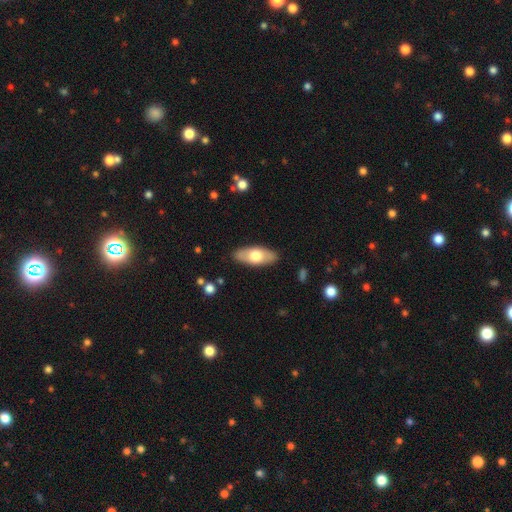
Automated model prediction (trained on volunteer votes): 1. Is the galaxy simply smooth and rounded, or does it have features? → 61% smooth, 34% featured or disk, 5% star or artifact.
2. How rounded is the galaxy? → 83% in between, 14% cigar-shaped, 3% round.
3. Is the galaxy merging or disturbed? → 87% none, 10% minor disturbance, 2% major disturbance, 1% merger.